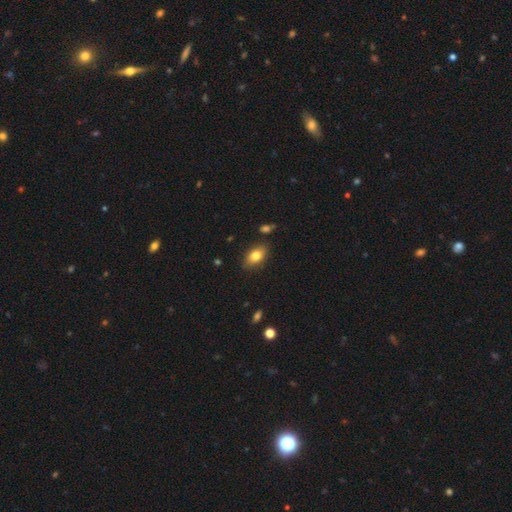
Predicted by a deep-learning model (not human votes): A smooth galaxy with no disk features (81%) that is in between round and cigar-shaped (89%).

Vote fractions:
- Smooth or featured? smooth: 81% / featured or disk: 11% / star or artifact: 8%
- How rounded? in between: 89% / round: 8% / cigar-shaped: 3%
- Merging? none: 84% / minor disturbance: 11% / merger: 3% / major disturbance: 2%